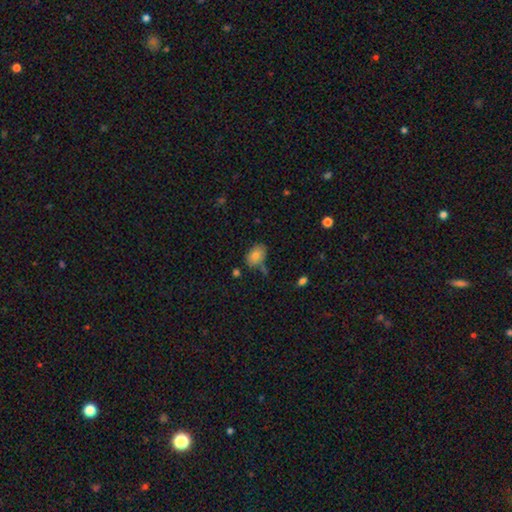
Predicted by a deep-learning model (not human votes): Smooth or featured? smooth (80%)
How rounded? in between (83%)
Merging? none (66%)